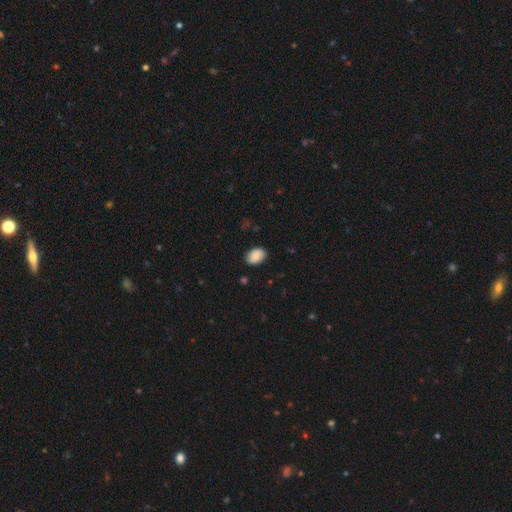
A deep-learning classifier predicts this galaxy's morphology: Smooth or featured? Predicted: smooth (p=0.88). How rounded? Predicted: in between (p=0.85). Merging? Predicted: none (p=0.84).